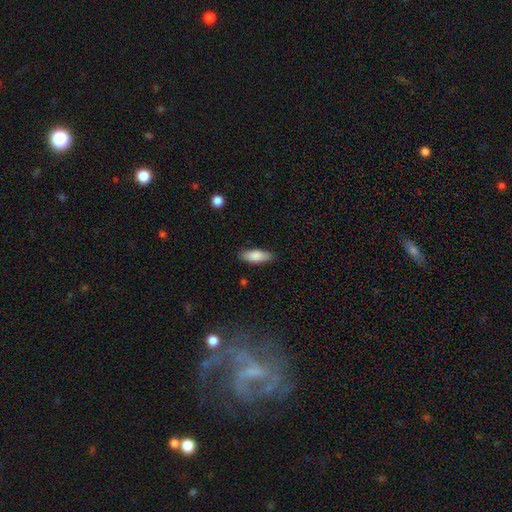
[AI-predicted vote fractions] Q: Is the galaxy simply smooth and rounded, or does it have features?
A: smooth — 85%.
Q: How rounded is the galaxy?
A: in between — 70%.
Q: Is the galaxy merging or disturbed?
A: none — 85%.